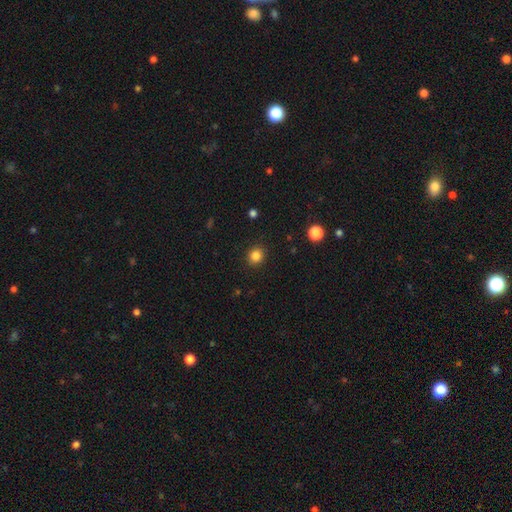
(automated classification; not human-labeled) A smooth galaxy with no disk features (84%) that is round (86%).

Vote fractions:
- Smooth or featured? smooth: 84% / star or artifact: 12% / featured or disk: 4%
- How rounded? round: 86% / in between: 13% / cigar-shaped: 1%
- Merging? none: 91% / minor disturbance: 6% / major disturbance: 2% / merger: 1%